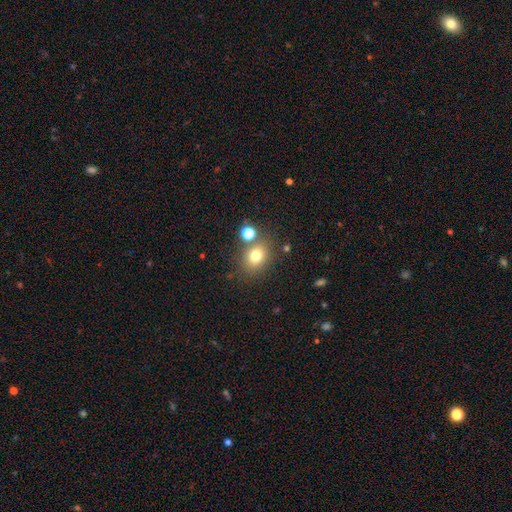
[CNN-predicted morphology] Smooth or featured?
  - smooth: 76% *
  - star or artifact: 14%
  - featured or disk: 10%
How rounded?
  - round: 55% *
  - in between: 44%
  - cigar-shaped: 1%
Merging?
  - none: 71% *
  - merger: 13%
  - minor disturbance: 12%
  - major disturbance: 4%